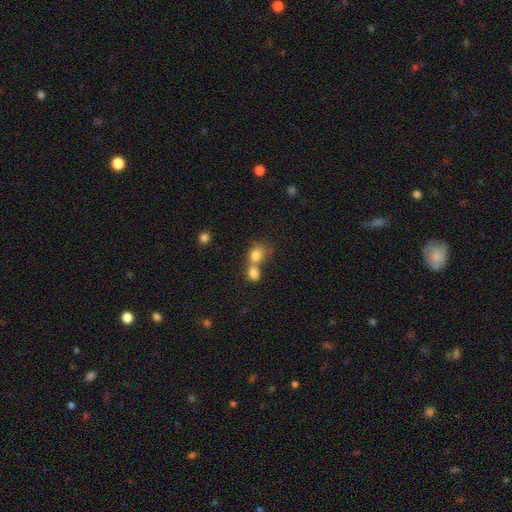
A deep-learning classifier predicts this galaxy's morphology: smooth-or-featured: smooth: 79% | star or artifact: 10% | featured or disk: 10%
  how-rounded: round: 60% | in between: 39% | cigar-shaped: 1%
  merging: merger: 62% | none: 27% | minor disturbance: 7% | major disturbance: 4%